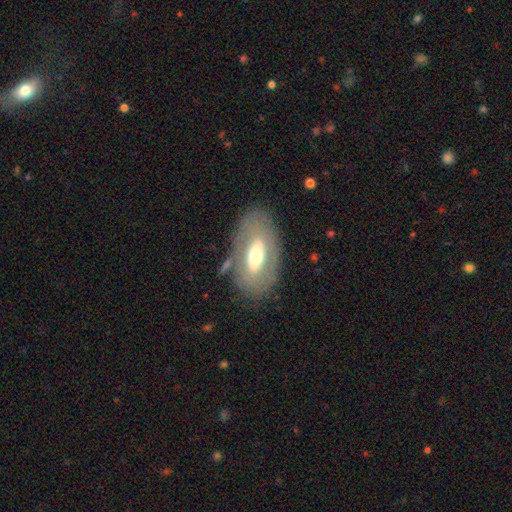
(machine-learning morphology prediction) smooth_or_featured: featured or disk (p=0.54) [alt: smooth p=0.40]
disk_edge_on: no (p=0.85) [alt: yes p=0.15]
merging: none (p=0.75) [alt: minor disturbance p=0.14]